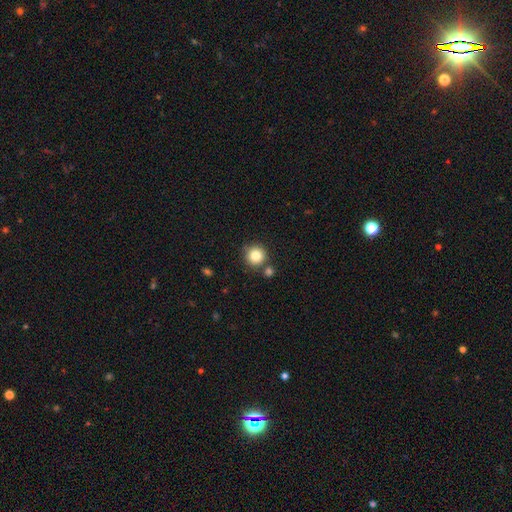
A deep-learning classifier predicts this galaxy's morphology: A smooth galaxy with no disk features (83%) that is round (94%). Merging: none (77%).